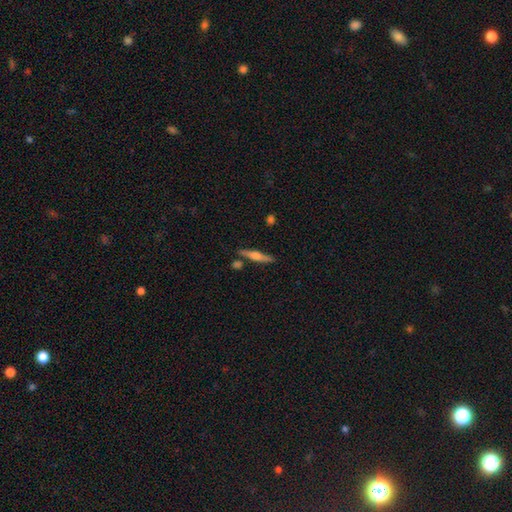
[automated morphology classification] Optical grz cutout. It shows a featured or disk galaxy (53%) viewed edge-on (96%) with a rounded central bulge (84%). Merging: none (82%).